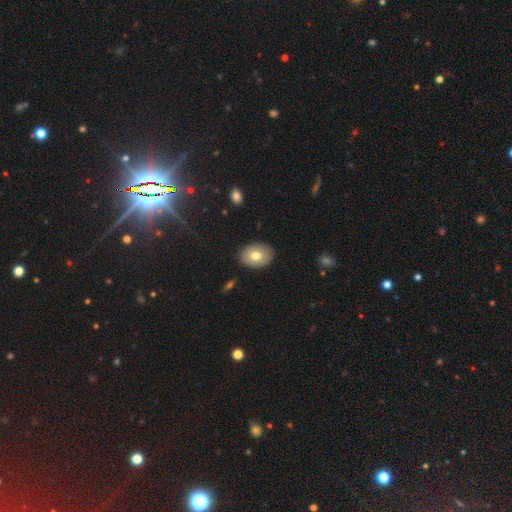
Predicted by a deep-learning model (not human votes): Overall: smooth (74%). How rounded: in between (71%). Merging: none (89%).